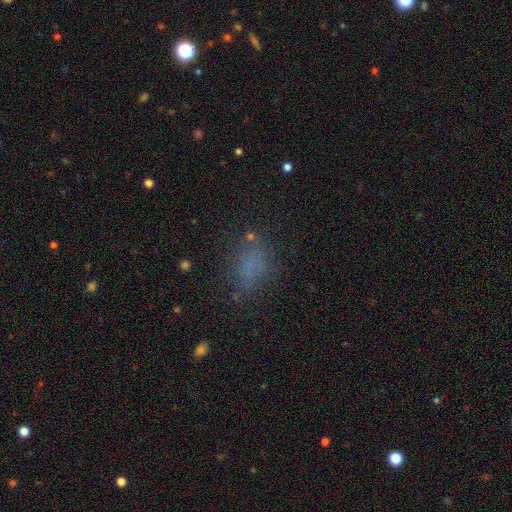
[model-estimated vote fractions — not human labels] smooth 68%, star or artifact 21%, featured or disk 11%. Down the decision tree: how rounded — in between (74%); merging — none (68%).